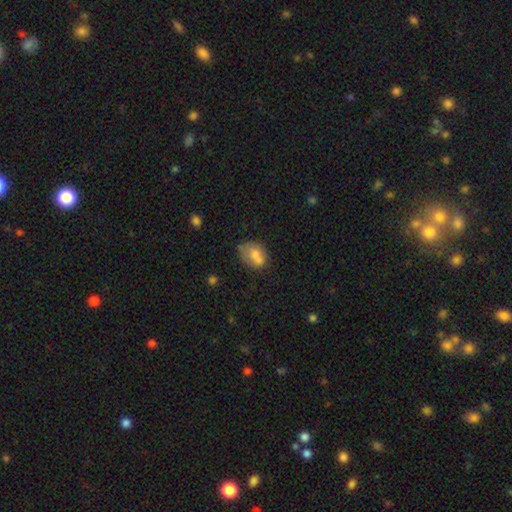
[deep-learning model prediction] Q: Smooth or featured?
A: smooth (67%); runner-up: featured or disk (23%)
Q: How rounded?
A: in between (71%); runner-up: round (28%)
Q: Merging?
A: none (35%); runner-up: merger (34%)